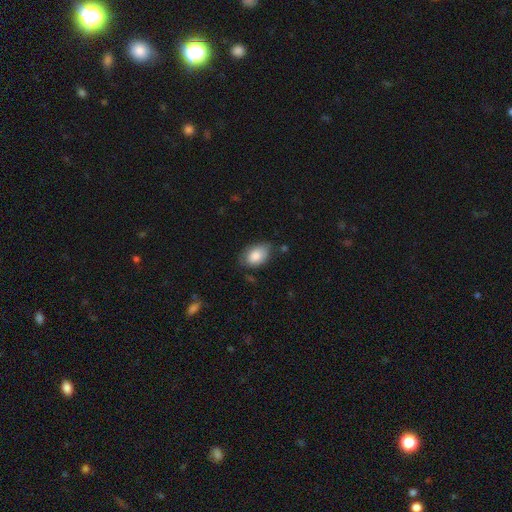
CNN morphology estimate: A smooth galaxy with no disk features (83%) that is in between round and cigar-shaped (89%). Merging: none (64%).